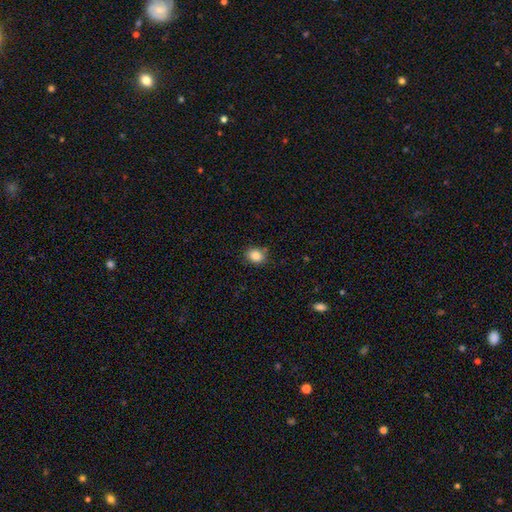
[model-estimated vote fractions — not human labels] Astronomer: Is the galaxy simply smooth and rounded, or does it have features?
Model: smooth — 84%.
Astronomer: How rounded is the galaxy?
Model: round — 57% (runner-up: in between, 42%).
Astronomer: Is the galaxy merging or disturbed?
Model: none — 83%.